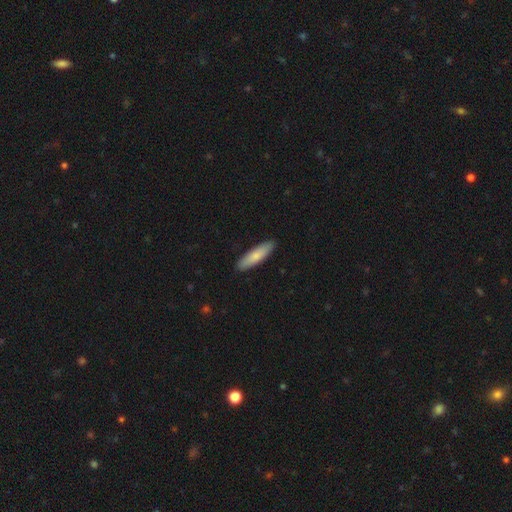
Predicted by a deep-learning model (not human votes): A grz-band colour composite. It shows a smooth galaxy with no disk features (79%) that is cigar-shaped (68%). Merging: none (90%).